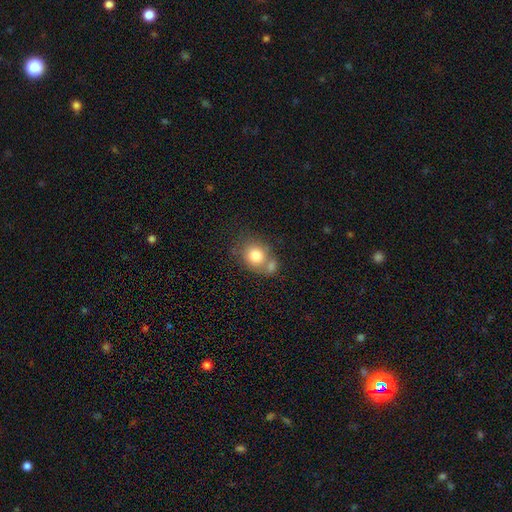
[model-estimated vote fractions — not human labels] A smooth galaxy with no disk features (79%) that is round (69%).

Vote fractions:
- Smooth or featured? smooth: 79% / featured or disk: 12% / star or artifact: 9%
- How rounded? round: 69% / in between: 30% / cigar-shaped: 1%
- Merging? none: 44% / merger: 38% / minor disturbance: 13% / major disturbance: 5%